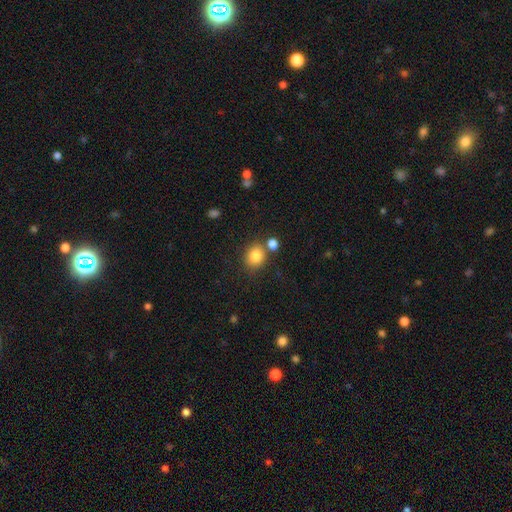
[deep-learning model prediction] Smooth or featured? Predicted: smooth (p=0.83). How rounded? Predicted: round (p=0.69). Merging? Predicted: none (p=0.71).